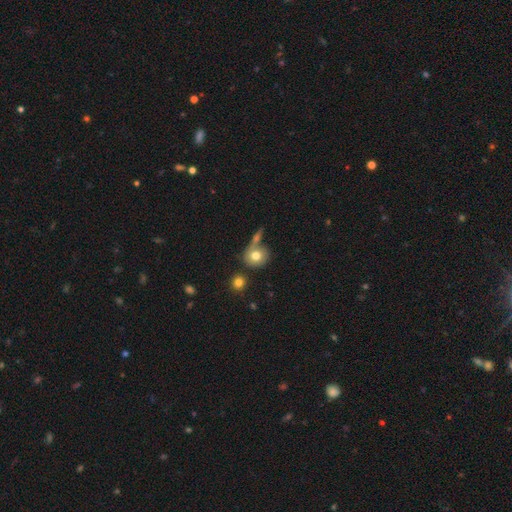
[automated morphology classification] A smooth galaxy with no disk features (74%) that is round (78%).

Vote fractions:
- Smooth or featured? smooth: 74% / featured or disk: 17% / star or artifact: 10%
- How rounded? round: 78% / in between: 21% / cigar-shaped: 2%
- Merging? none: 52% / merger: 29% / minor disturbance: 12% / major disturbance: 7%